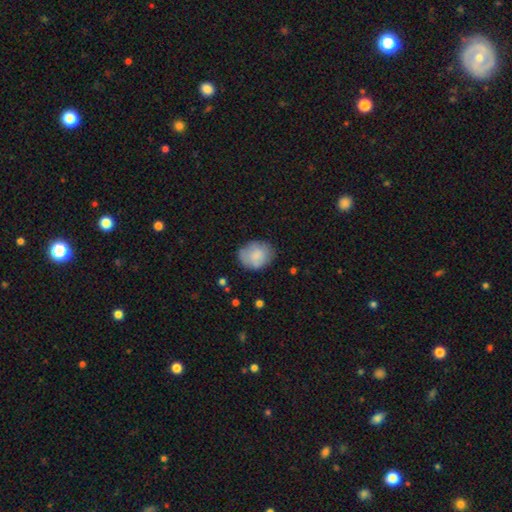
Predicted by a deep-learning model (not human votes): Q: Smooth or featured?
A: smooth (81%); runner-up: featured or disk (12%)
Q: How rounded?
A: round (52%); runner-up: in between (47%)
Q: Merging?
A: none (72%); runner-up: minor disturbance (21%)